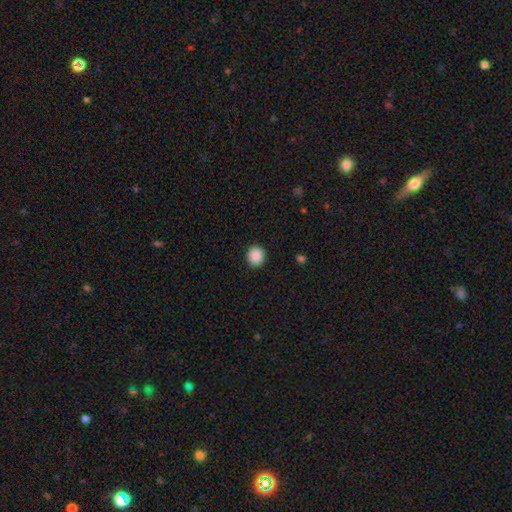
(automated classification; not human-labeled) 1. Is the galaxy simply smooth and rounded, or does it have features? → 89% smooth, 9% star or artifact, 3% featured or disk.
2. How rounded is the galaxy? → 90% round, 9% in between, 1% cigar-shaped.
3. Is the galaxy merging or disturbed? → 92% none, 5% minor disturbance, 2% major disturbance, 1% merger.